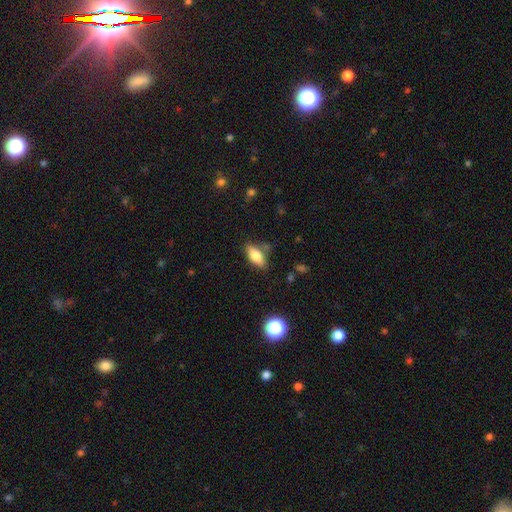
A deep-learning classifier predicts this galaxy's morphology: Smooth or featured? smooth (75%)
How rounded? in between (81%)
Merging? none (75%)